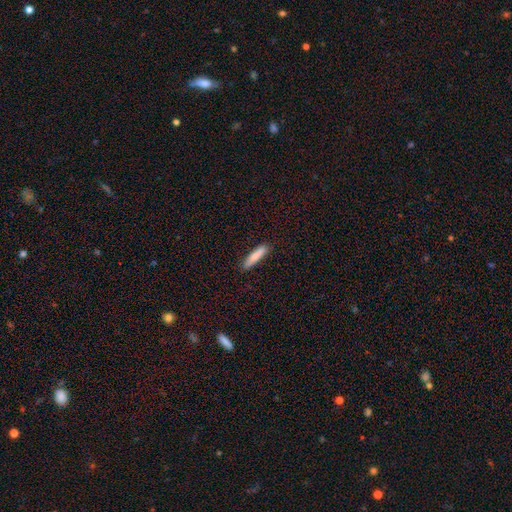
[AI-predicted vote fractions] Smooth or featured? smooth (81%)
How rounded? cigar-shaped (87%)
Merging? none (88%)